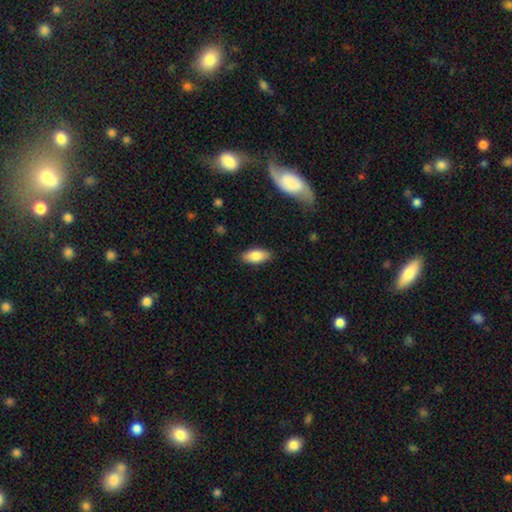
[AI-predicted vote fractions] The model was most divided on "smooth or featured": smooth: 82%, featured or disk: 11%, star or artifact: 7%. More confident: merging — none (86%); how rounded — in between (86%).